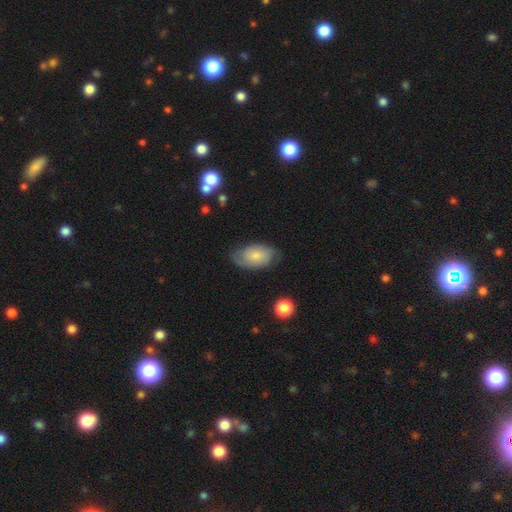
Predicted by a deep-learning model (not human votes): Overall: smooth (60%; featured or disk 33%). How rounded: in between (93%). Merging: none (69%).